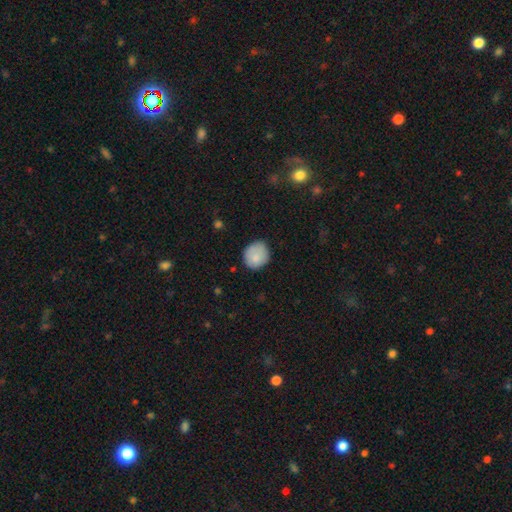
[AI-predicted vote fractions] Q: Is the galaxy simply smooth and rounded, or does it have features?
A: smooth — 84%.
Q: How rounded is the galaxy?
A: round — 78%.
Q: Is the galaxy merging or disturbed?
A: none — 71%.